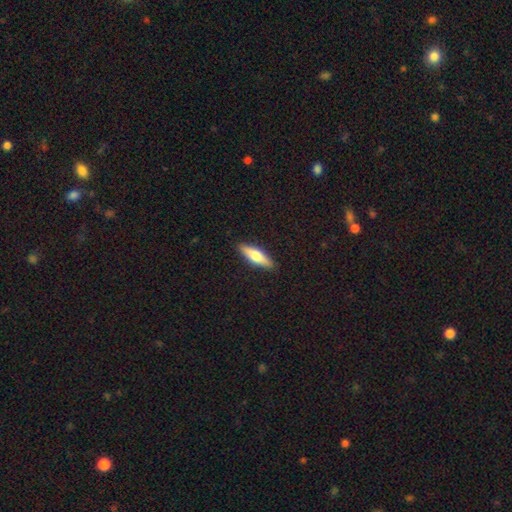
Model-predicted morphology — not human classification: Smooth or featured: smooth — 60% (featured or disk — 35%)
How rounded: cigar-shaped — 58% (in between — 40%)
Merging: none — 90% (minor disturbance — 7%)